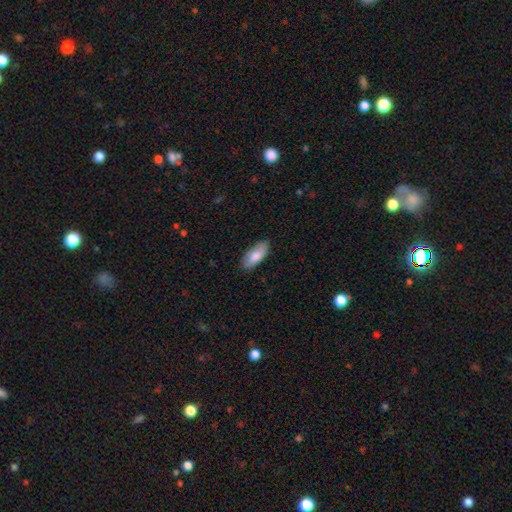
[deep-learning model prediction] This is clearly a smooth galaxy (80%). How rounded: clearly in between (86%). Merging: clearly none (85%).